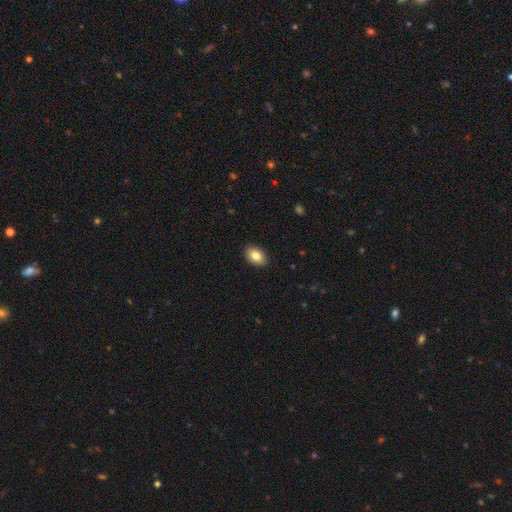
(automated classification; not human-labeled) The model was most divided on "how rounded": in between: 88%, round: 11%, cigar-shaped: 1%. More confident: merging — none (90%); smooth or featured — smooth (85%).